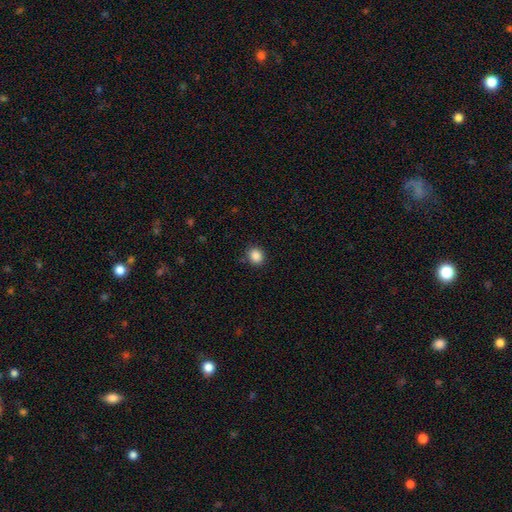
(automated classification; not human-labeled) A smooth galaxy with no disk features (87%) that is round (76%).

Vote fractions:
- Smooth or featured? smooth: 87% / star or artifact: 10% / featured or disk: 3%
- How rounded? round: 76% / in between: 23% / cigar-shaped: 1%
- Merging? none: 87% / minor disturbance: 9% / major disturbance: 3% / merger: 2%